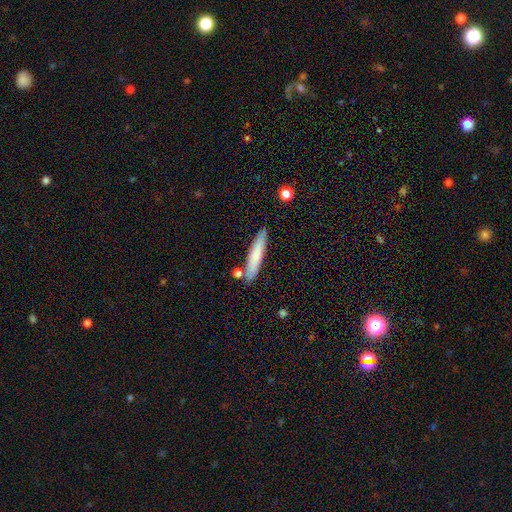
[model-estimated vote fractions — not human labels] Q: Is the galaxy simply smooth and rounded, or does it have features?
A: smooth — 73%.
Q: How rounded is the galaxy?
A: cigar-shaped — 90%.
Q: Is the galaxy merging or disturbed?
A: none — 82%.